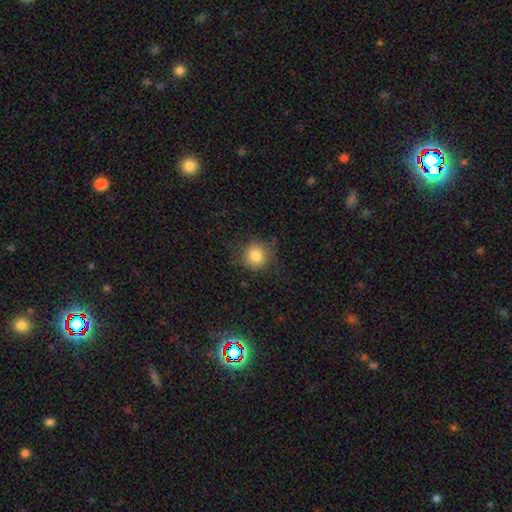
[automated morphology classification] A smooth galaxy with no disk features (81%) that is round (91%). Merging: none (77%).